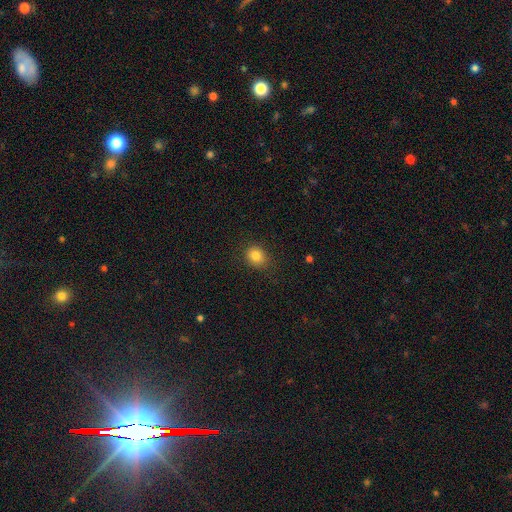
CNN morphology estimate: A smooth galaxy with no disk features (83%) that is round (65%). Merging: none (85%).